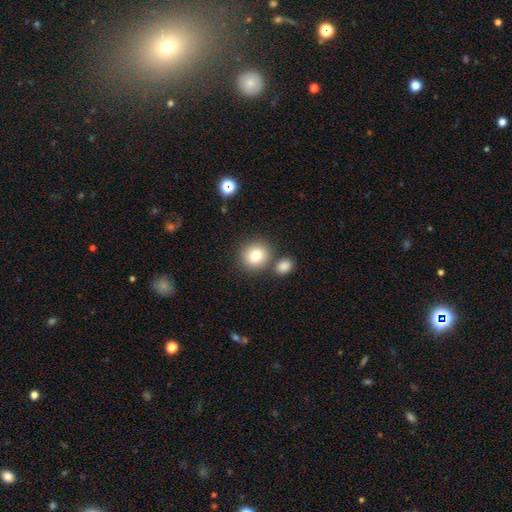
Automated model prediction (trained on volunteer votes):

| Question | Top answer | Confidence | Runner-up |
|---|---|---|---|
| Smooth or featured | smooth | 80% | star or artifact (10%) |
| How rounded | round | 87% | in between (12%) |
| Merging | none | 74% | merger (14%) |